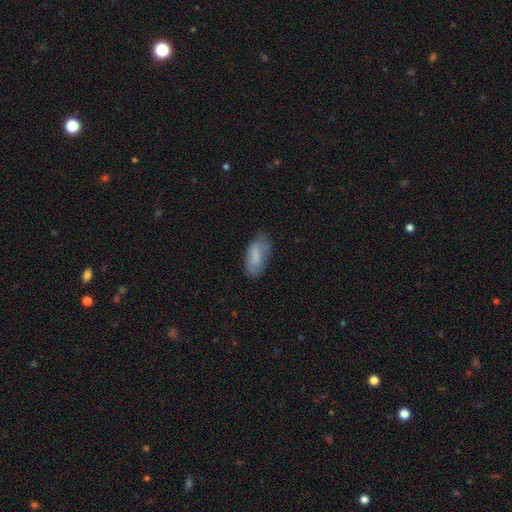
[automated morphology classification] smooth 76%, featured or disk 17%, star or artifact 7%. Down the decision tree: how rounded — in between (90%); merging — none (64%).